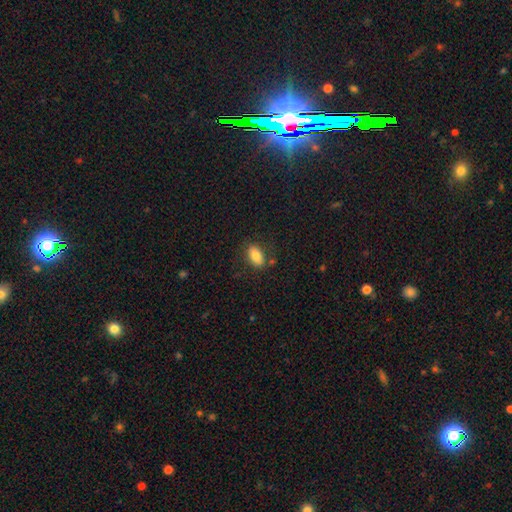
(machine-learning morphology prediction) type=smooth (83%); roundness=in between (89%); merging=none (79%).